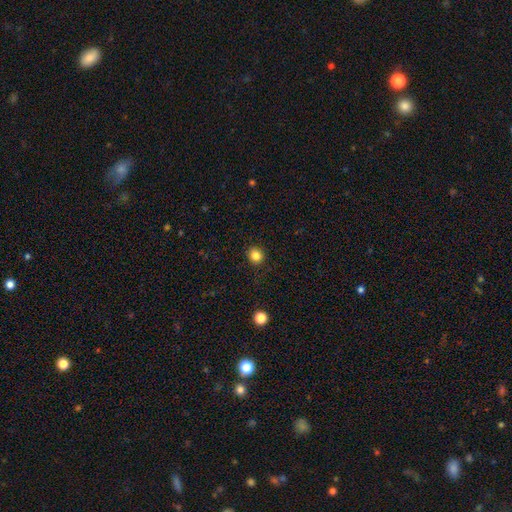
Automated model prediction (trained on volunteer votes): smooth-or-featured: smooth: 84% | star or artifact: 11% | featured or disk: 5%
  how-rounded: round: 83% | in between: 16% | cigar-shaped: 1%
  merging: none: 89% | minor disturbance: 8% | major disturbance: 2% | merger: 1%